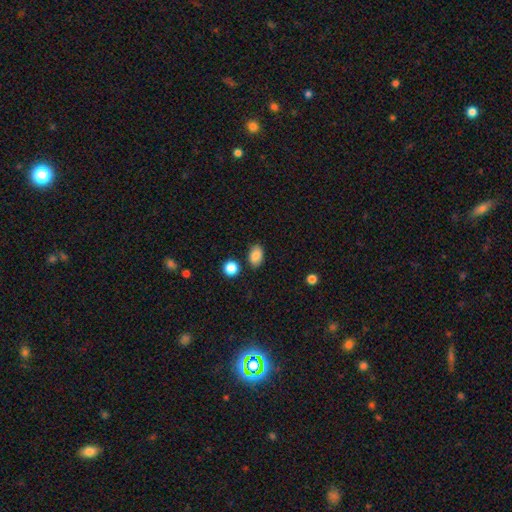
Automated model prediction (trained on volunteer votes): A smooth galaxy with no disk features (86%) that is in between round and cigar-shaped (84%). Merging: none (83%).